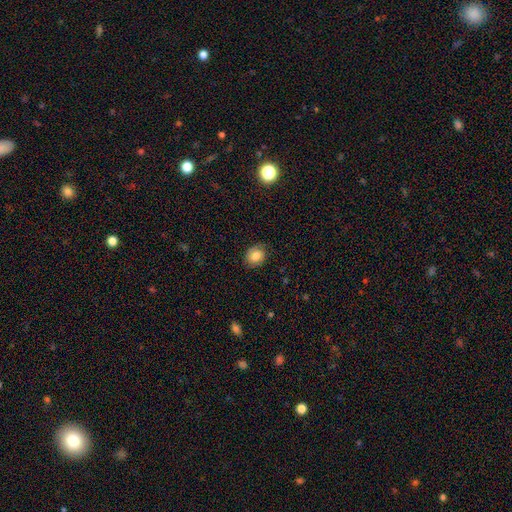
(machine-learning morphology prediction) Overall: smooth (76%). How rounded: round (53%; in between 46%). Merging: none (80%).